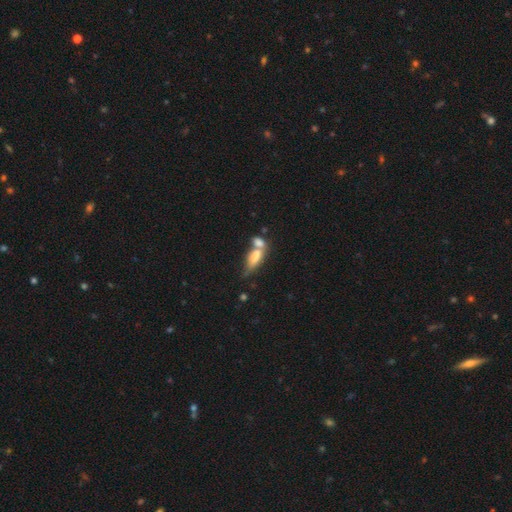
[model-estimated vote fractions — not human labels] Smooth or featured: smooth — 70% (featured or disk — 21%)
How rounded: in between — 76% (cigar-shaped — 18%)
Merging: merger — 59% (none — 21%)